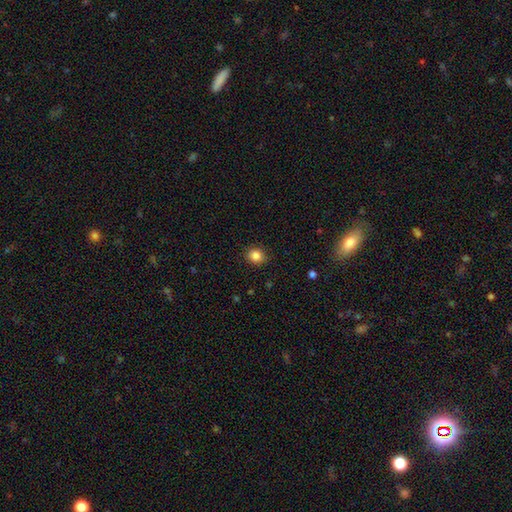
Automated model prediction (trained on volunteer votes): Overall: smooth (85%). How rounded: round (81%). Merging: none (88%).